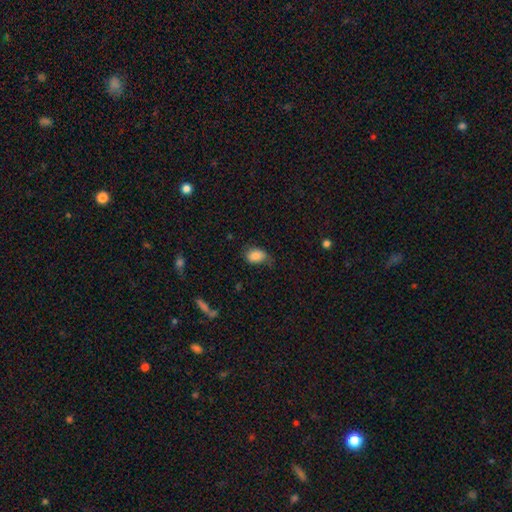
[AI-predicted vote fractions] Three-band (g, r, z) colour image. It shows a smooth galaxy with no disk features (85%) that is in between round and cigar-shaped (81%). Merging: none (64%).